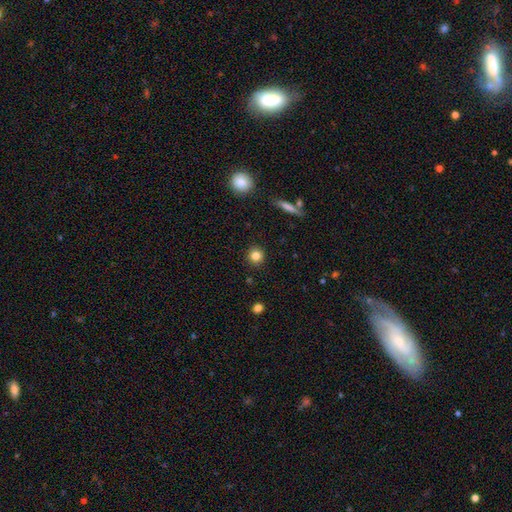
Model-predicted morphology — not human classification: type=smooth (83%); roundness=round (93%); merging=none (91%).